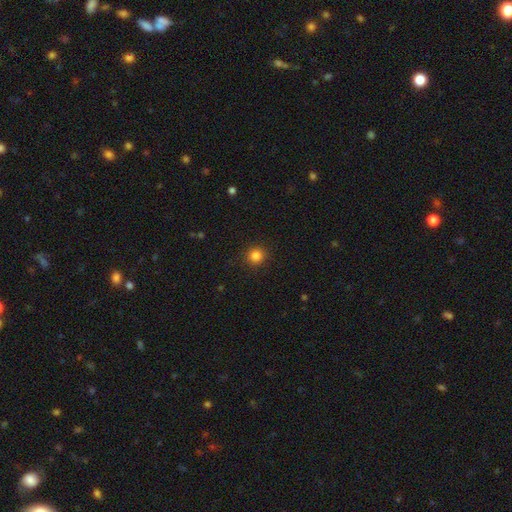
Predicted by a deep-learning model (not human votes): Smooth or featured? smooth (84%)
How rounded? round (93%)
Merging? none (92%)